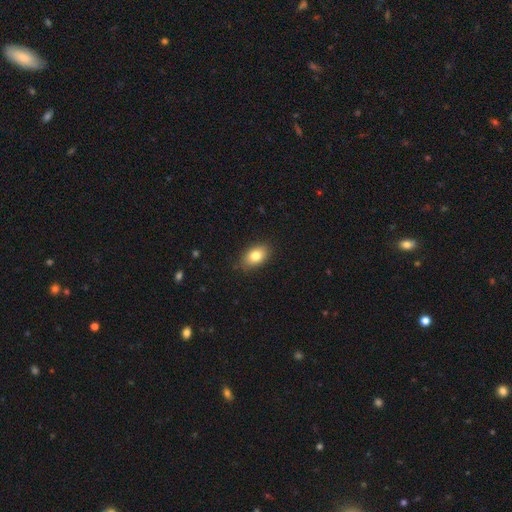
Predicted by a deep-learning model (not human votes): Overall: smooth (81%). How rounded: in between (87%). Merging: none (86%).